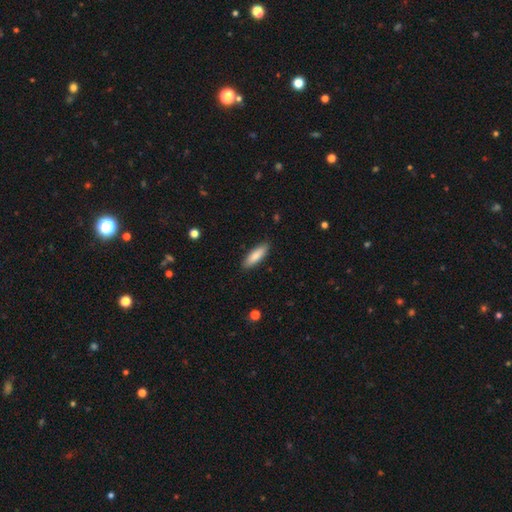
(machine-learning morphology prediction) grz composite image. It shows a smooth galaxy with no disk features (83%) that is cigar-shaped (52%). Merging: none (89%).